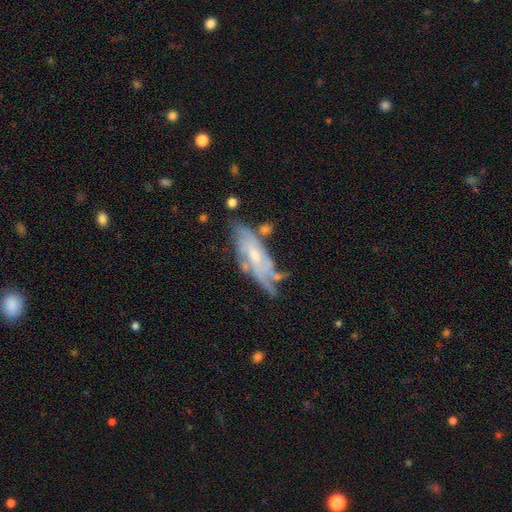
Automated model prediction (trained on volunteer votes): smooth_or_featured: featured or disk (p=0.65) [alt: smooth p=0.22]
disk_edge_on: no (p=0.70) [alt: yes p=0.30]
merging: none (p=0.69) [alt: minor disturbance p=0.19]